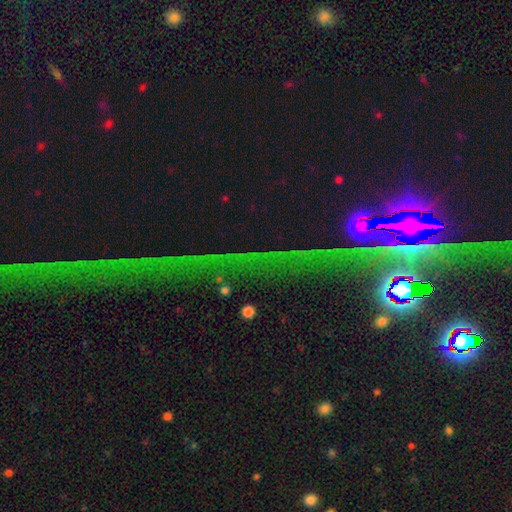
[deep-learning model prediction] Morphology: type=star or artifact (68%).